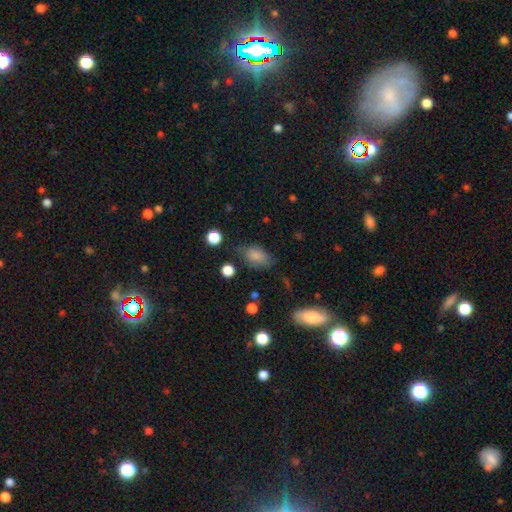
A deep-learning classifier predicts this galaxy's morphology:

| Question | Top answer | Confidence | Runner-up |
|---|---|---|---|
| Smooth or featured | smooth | 81% | star or artifact (11%) |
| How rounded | in between | 85% | round (12%) |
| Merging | none | 58% | minor disturbance (28%) |